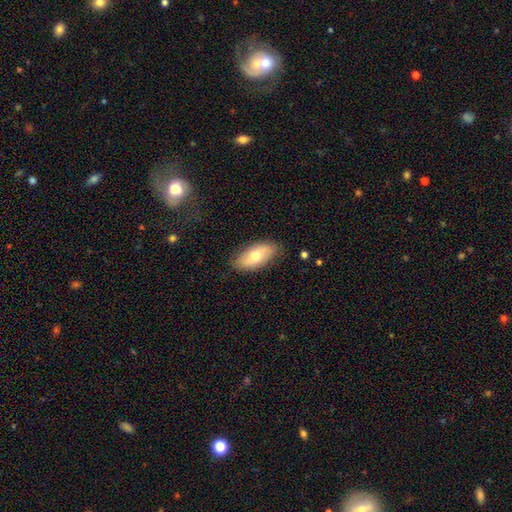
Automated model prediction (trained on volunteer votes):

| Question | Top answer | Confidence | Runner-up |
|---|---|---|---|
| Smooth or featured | smooth | 68% | featured or disk (26%) |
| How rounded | in between | 90% | cigar-shaped (7%) |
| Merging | none | 84% | minor disturbance (12%) |